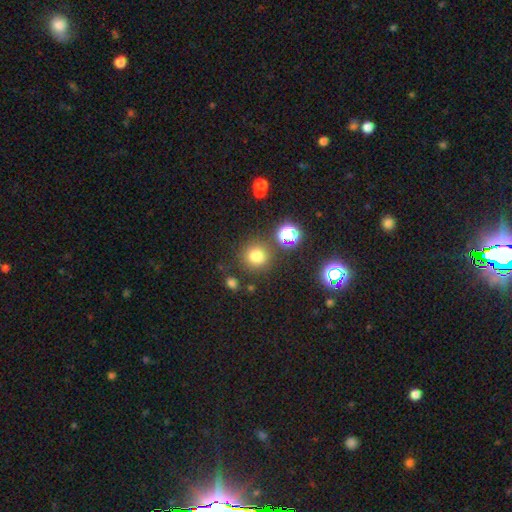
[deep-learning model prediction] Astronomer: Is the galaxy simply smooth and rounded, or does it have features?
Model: smooth — 73%.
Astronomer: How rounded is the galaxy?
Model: round — 88%.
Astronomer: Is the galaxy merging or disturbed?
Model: none — 80%.